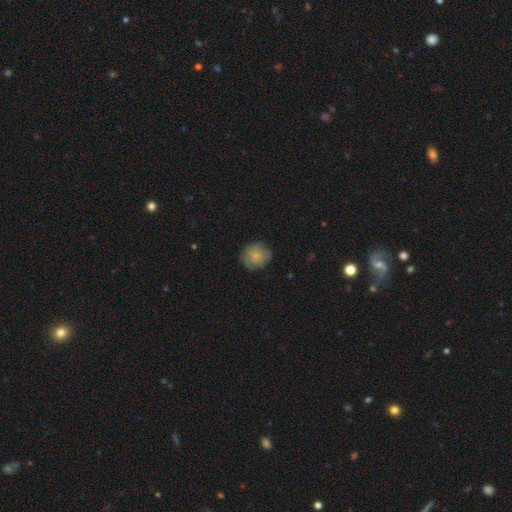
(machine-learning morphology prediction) A smooth galaxy with no disk features (78%) that is round (88%).

Vote fractions:
- Smooth or featured? smooth: 78% / featured or disk: 14% / star or artifact: 8%
- How rounded? round: 88% / in between: 11% / cigar-shaped: 1%
- Merging? none: 79% / minor disturbance: 16% / major disturbance: 4% / merger: 1%